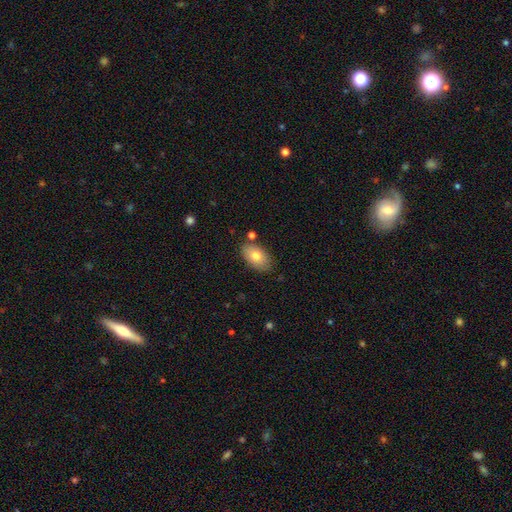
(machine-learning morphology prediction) type=smooth (77%); roundness=in between (93%); merging=none (80%).